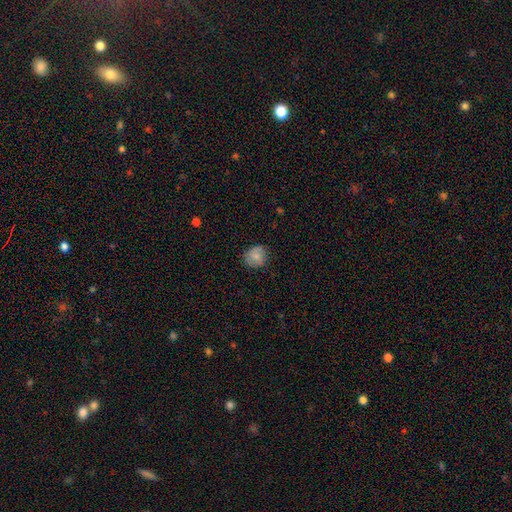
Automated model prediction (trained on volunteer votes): Smooth or featured: smooth — 77% (featured or disk — 16%)
How rounded: round — 78% (in between — 21%)
Merging: none — 77% (minor disturbance — 18%)